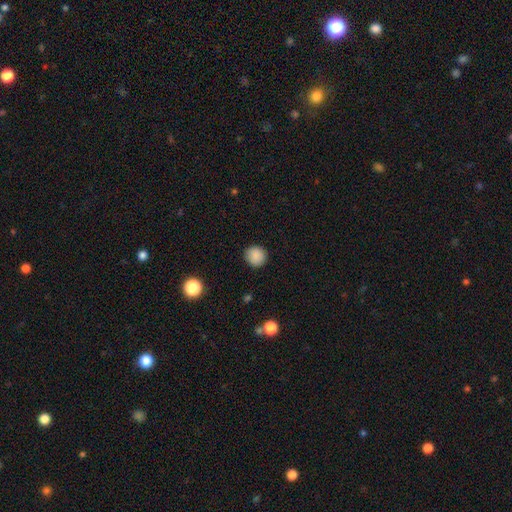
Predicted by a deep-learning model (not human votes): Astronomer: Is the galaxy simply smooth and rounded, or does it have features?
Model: smooth — 88%.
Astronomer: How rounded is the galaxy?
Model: round — 92%.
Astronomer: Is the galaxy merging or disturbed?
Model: none — 90%.